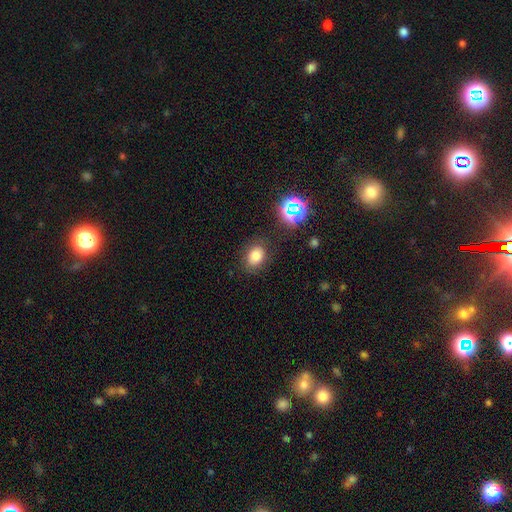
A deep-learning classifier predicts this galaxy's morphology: smooth_or_featured: smooth (p=0.75) [alt: star or artifact p=0.16]
how_rounded: in between (p=0.63) [alt: round p=0.36]
merging: none (p=0.80) [alt: minor disturbance p=0.14]